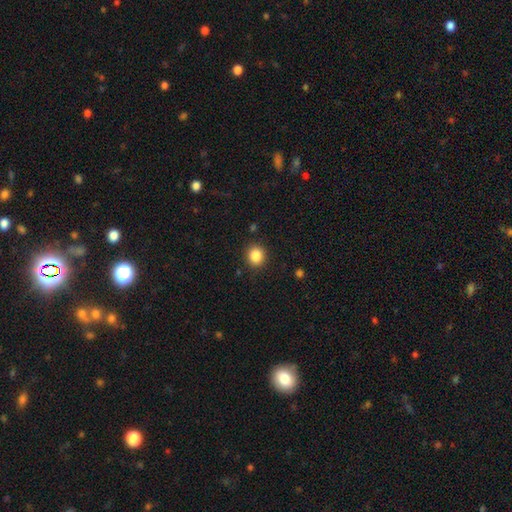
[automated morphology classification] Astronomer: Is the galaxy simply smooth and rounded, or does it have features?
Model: smooth — 85%.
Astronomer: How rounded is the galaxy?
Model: round — 81%.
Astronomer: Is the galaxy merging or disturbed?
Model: none — 90%.